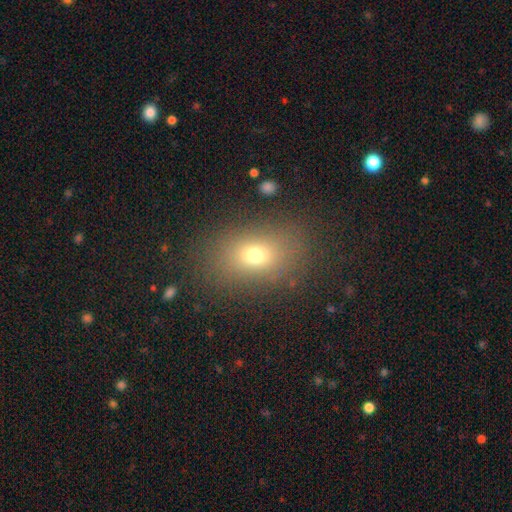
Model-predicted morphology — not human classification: Smooth or featured? Predicted: smooth (p=0.69). How rounded? Predicted: in between (p=0.73). Merging? Predicted: none (p=0.83).